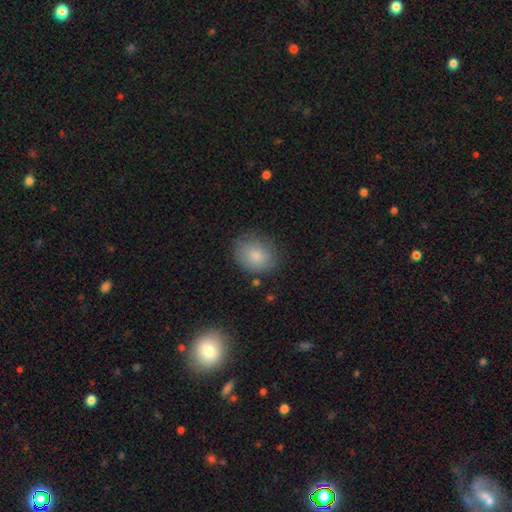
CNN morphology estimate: smooth-or-featured: smooth: 84% | featured or disk: 8% | star or artifact: 8%
  how-rounded: round: 56% | in between: 43% | cigar-shaped: 1%
  merging: none: 76% | minor disturbance: 17% | major disturbance: 5% | merger: 2%